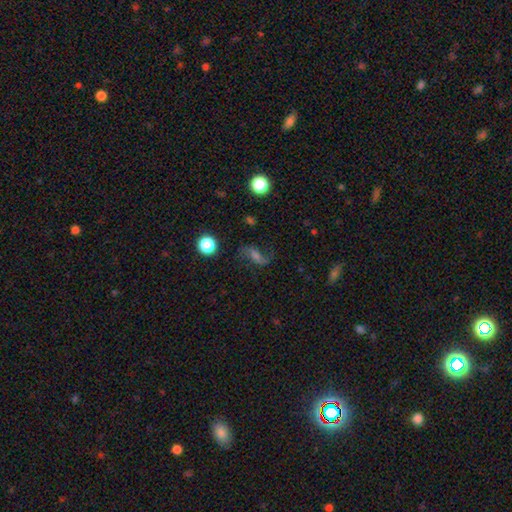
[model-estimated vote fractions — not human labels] Overall: featured or disk (65%). Edge-on disk: no (94%). Bar: weak (43%; no 36%). Spiral arms: yes (92%). Spiral arm count: 2 (89%). Spiral winding: loose (80%). Bulge size: small (35%; moderate 29%). Merging: none (72%).